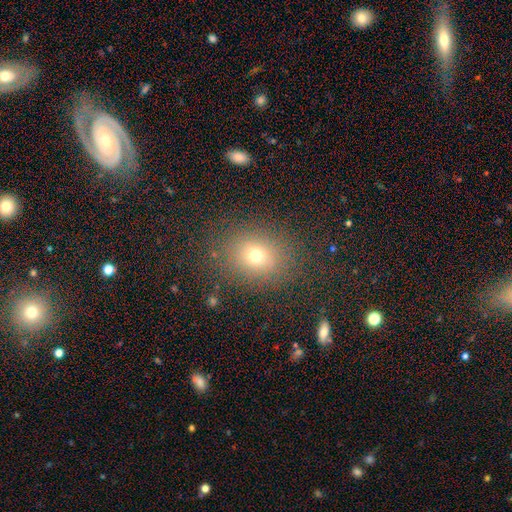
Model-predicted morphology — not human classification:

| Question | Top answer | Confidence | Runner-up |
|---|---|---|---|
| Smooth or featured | smooth | 70% | star or artifact (19%) |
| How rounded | round | 59% | in between (40%) |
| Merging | none | 82% | minor disturbance (10%) |